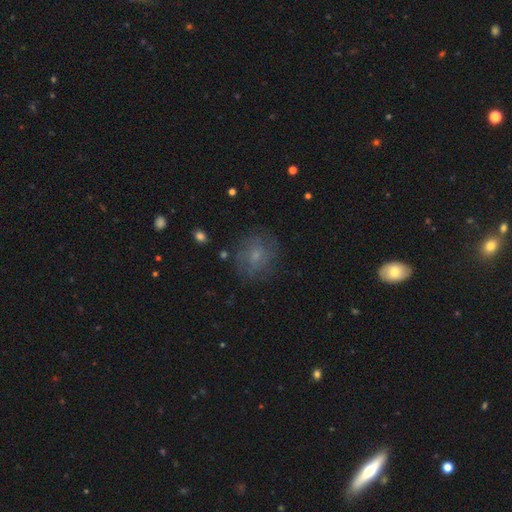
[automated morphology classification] The model was most divided on "smooth or featured": smooth: 47%, featured or disk: 38%, star or artifact: 15%. More confident: merging — none (74%).